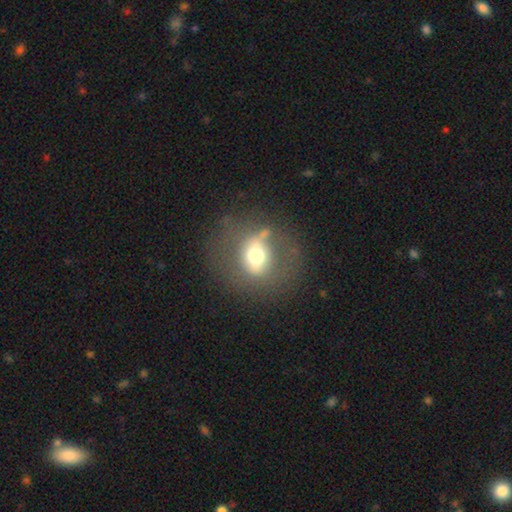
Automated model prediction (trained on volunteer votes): This is possibly a smooth galaxy (49%). Merging: likely none (62%).